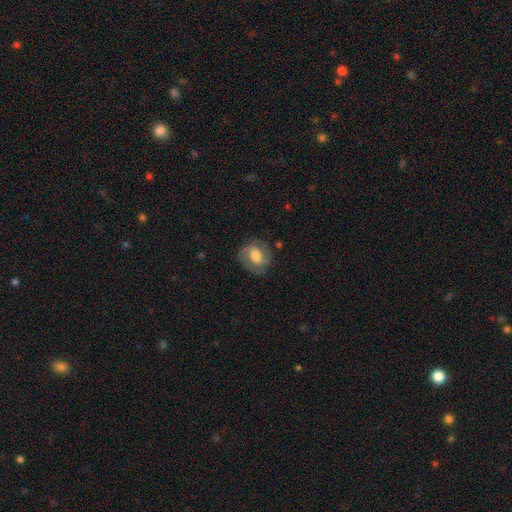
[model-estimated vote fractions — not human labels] Morphology: type=featured or disk (55%); edge-on=no (96%); bar=weak (44%); spiral arms=yes (80%); bulge=moderate (46%); merging=none (73%).